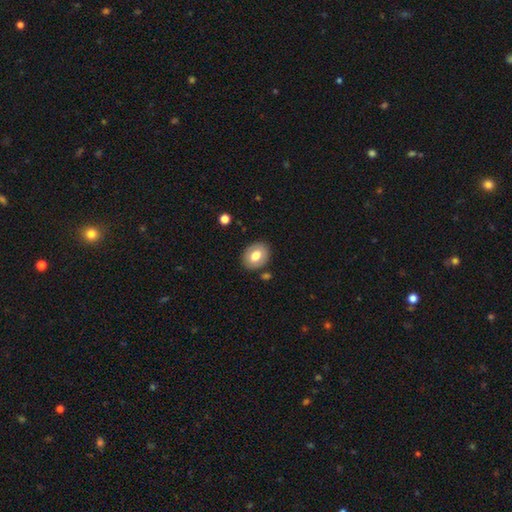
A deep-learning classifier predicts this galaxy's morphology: Smooth or featured: smooth — 72% (featured or disk — 21%)
How rounded: in between — 62% (round — 37%)
Merging: none — 84% (minor disturbance — 10%)